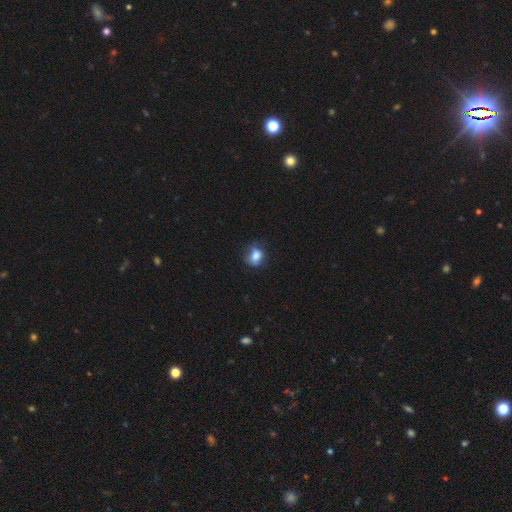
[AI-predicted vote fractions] This appears to be a smooth galaxy with no disk features (78%) that is in between round and cigar-shaped (52%). Merging: none (52%).